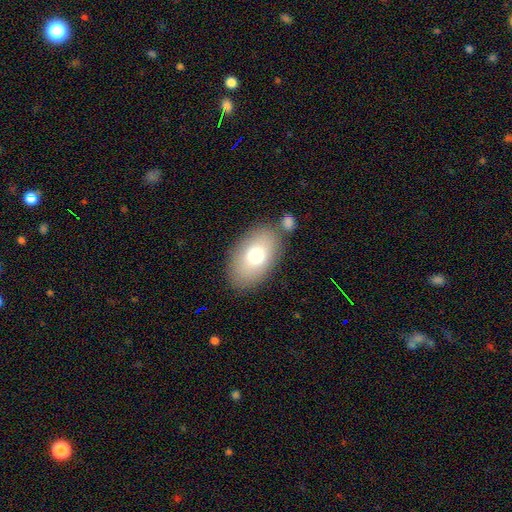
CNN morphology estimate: smooth 74%, featured or disk 18%, star or artifact 8%. Down the decision tree: how rounded — in between (91%); merging — none (75%).